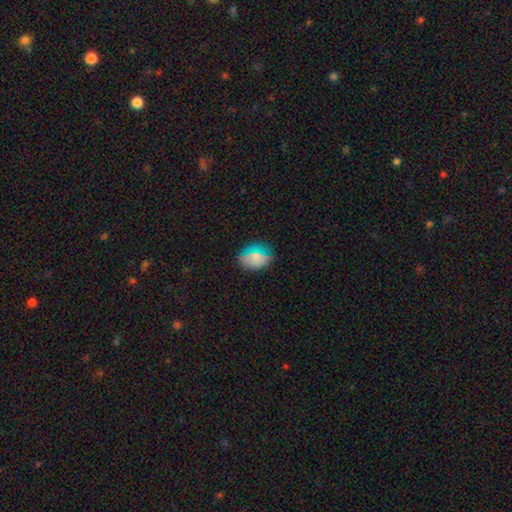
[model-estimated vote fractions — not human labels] This is likely a smooth galaxy (72%). How rounded: likely in between (66%). Merging: likely none (77%).